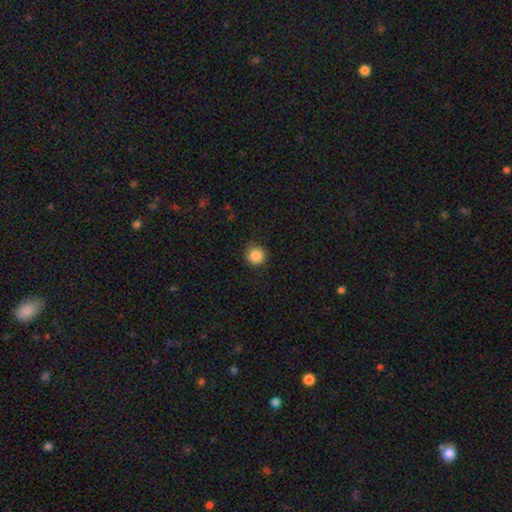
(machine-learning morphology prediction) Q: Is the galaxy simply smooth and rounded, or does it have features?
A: smooth — 87%.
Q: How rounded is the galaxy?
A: round — 94%.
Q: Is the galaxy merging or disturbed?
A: none — 88%.